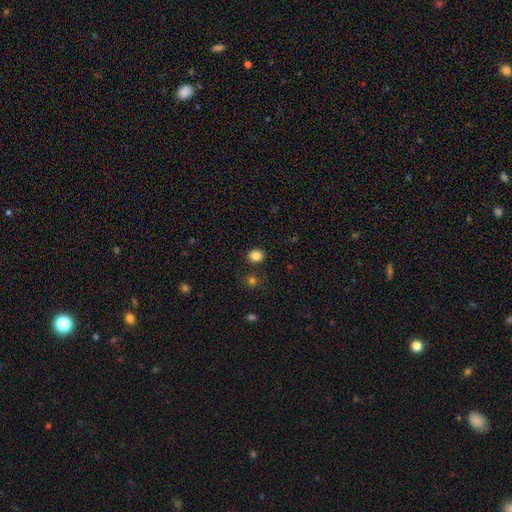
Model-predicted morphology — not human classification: Smooth or featured? Predicted: smooth (p=0.85). How rounded? Predicted: round (p=0.73). Merging? Predicted: none (p=0.87).